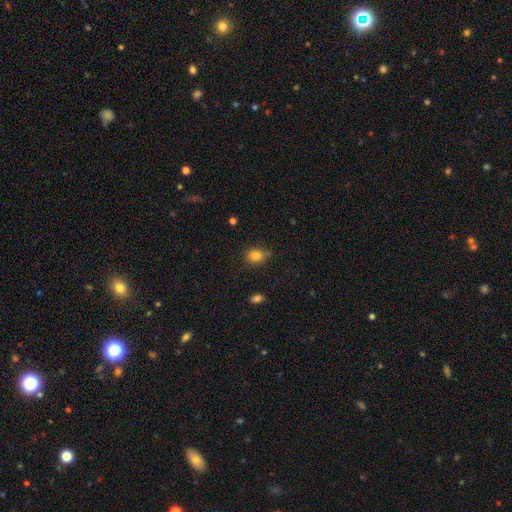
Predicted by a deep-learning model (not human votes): The model was most divided on "how rounded": round: 50%, in between: 49%, cigar-shaped: 1%. More confident: smooth or featured — smooth (82%); merging — none (71%).